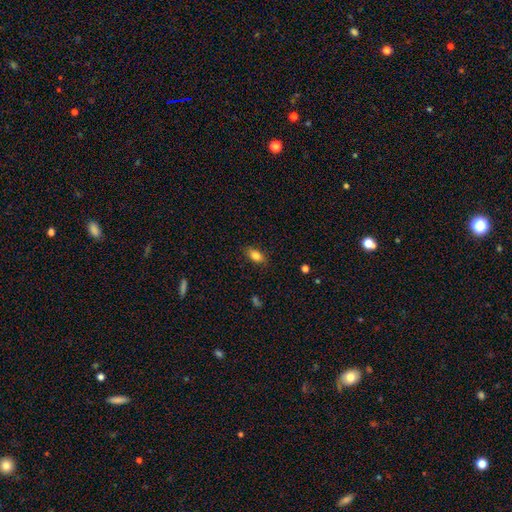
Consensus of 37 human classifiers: Volunteers were most divided on "how rounded": in between: 84%, cigar-shaped: 12%, round: 3%. More confident: merging — none (97%); smooth or featured — smooth (86%).